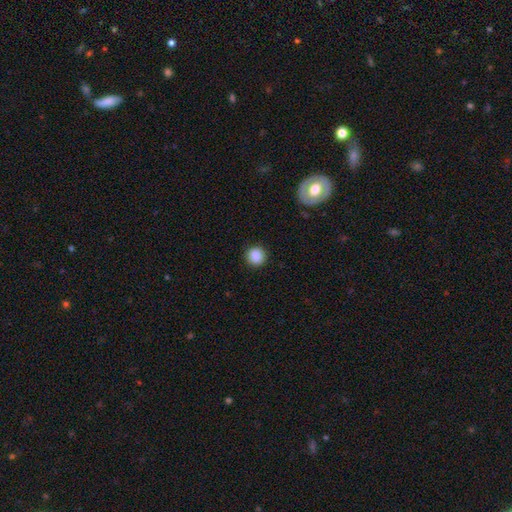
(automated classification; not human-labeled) Smooth or featured?
  - smooth: 88% *
  - star or artifact: 9%
  - featured or disk: 3%
How rounded?
  - round: 90% *
  - in between: 9%
  - cigar-shaped: 1%
Merging?
  - none: 89% *
  - minor disturbance: 7%
  - major disturbance: 2%
  - merger: 1%